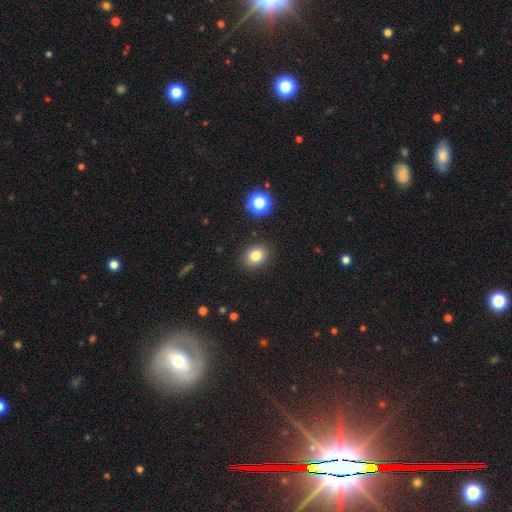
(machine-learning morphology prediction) The model was most divided on "how rounded": round: 54%, in between: 45%, cigar-shaped: 1%. More confident: merging — none (88%); smooth or featured — smooth (81%).